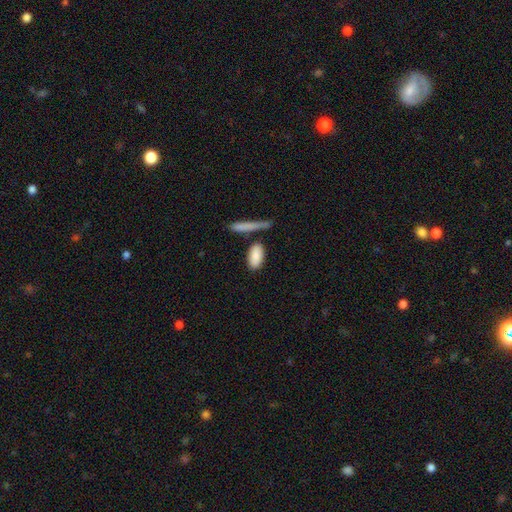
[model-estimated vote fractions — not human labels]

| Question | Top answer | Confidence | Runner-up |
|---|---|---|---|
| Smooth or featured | smooth | 86% | featured or disk (8%) |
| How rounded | in between | 87% | cigar-shaped (10%) |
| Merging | none | 71% | minor disturbance (13%) |